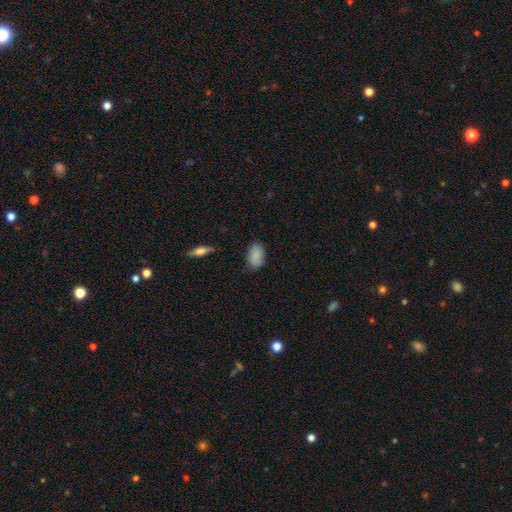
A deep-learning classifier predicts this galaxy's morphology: Smooth or featured? Predicted: smooth (p=0.87). How rounded? Predicted: in between (p=0.92). Merging? Predicted: none (p=0.80).